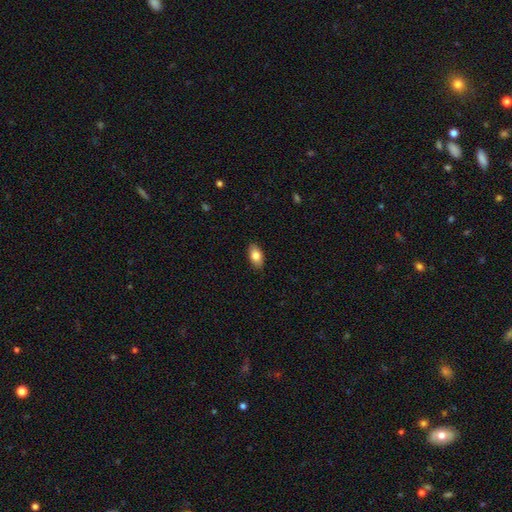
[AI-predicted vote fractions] Smooth or featured: smooth — 83% (featured or disk — 10%)
How rounded: in between — 92% (round — 5%)
Merging: none — 88% (minor disturbance — 9%)